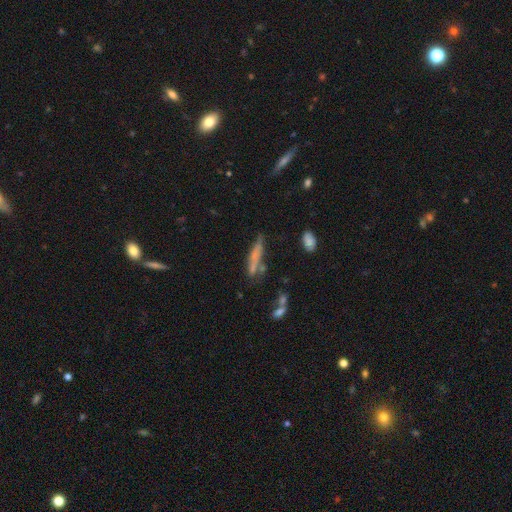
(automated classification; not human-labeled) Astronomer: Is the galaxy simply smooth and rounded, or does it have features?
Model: smooth — 61%.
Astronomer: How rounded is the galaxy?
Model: cigar-shaped — 86%.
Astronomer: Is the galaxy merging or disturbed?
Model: none — 58%.